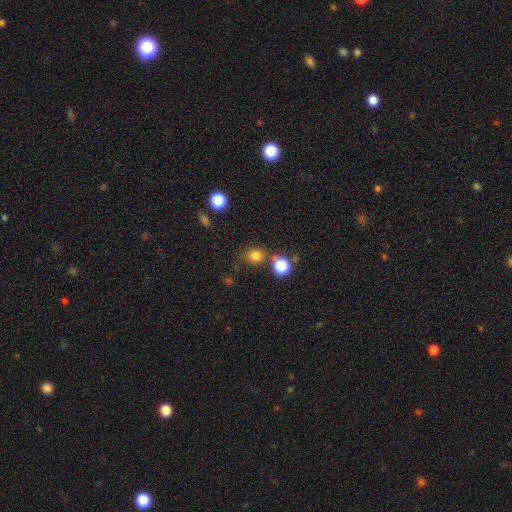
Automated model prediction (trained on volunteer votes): A smooth galaxy with no disk features (78%) that is round (70%).

Vote fractions:
- Smooth or featured? smooth: 78% / star or artifact: 15% / featured or disk: 7%
- How rounded? round: 70% / in between: 29% / cigar-shaped: 1%
- Merging? none: 65% / merger: 16% / minor disturbance: 13% / major disturbance: 5%